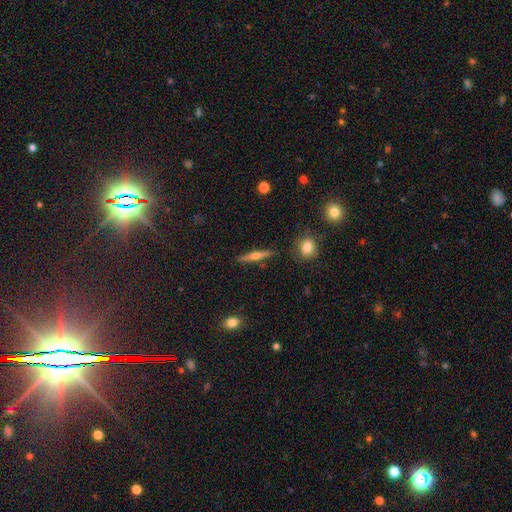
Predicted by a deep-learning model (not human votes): featured or disk 61%, smooth 32%, star or artifact 7%. Down the decision tree: edge-on disk — yes (97%); edge-on bulge — rounded (92%); merging — none (89%).